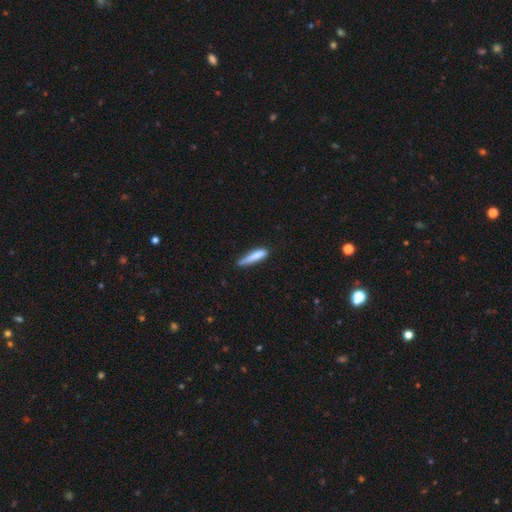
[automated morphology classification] smooth-or-featured: smooth: 79% | featured or disk: 14% | star or artifact: 6%
  how-rounded: cigar-shaped: 85% | in between: 14% | round: 1%
  merging: none: 58% | minor disturbance: 32% | major disturbance: 7% | merger: 3%